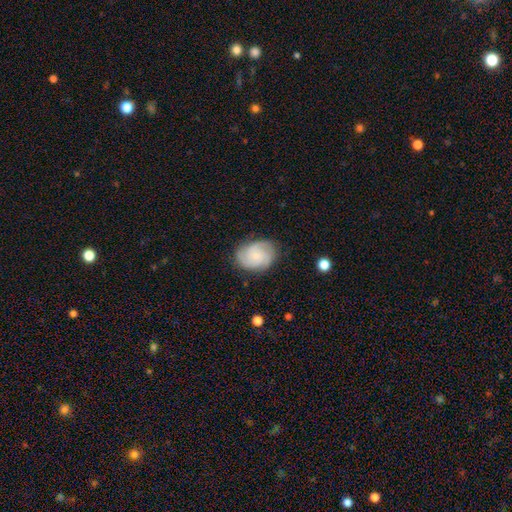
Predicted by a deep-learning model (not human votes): This appears to be a featured or disk galaxy (74%) with no bar (74%), 3 (50%) tight (54%) spiral arms (96%) and a small central bulge (73%). Merging: none (78%).